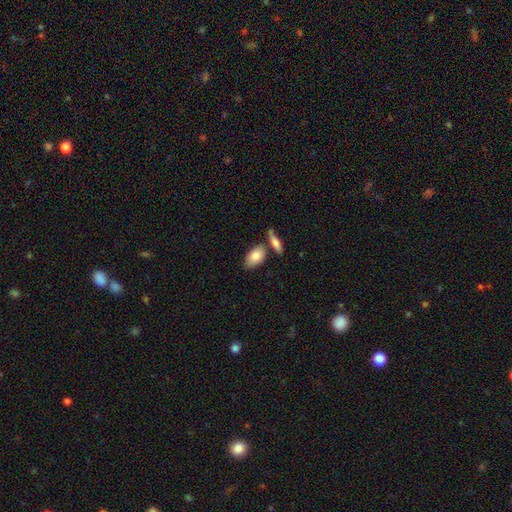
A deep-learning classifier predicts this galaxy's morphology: The model was most divided on "merging": none: 62%, merger: 19%, minor disturbance: 15%, major disturbance: 4%. More confident: how rounded — in between (92%); smooth or featured — smooth (81%).